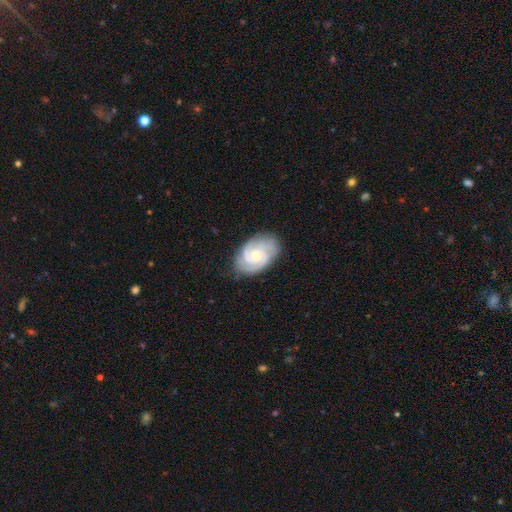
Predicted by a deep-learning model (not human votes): Q: Smooth or featured?
A: featured or disk (89%); runner-up: smooth (7%)
Q: Edge-on disk?
A: no (98%); runner-up: yes (2%)
Q: Bar?
A: no (66%); runner-up: weak (29%)
Q: Spiral arms?
A: yes (98%); runner-up: no (2%)
Q: Spiral winding?
A: tight (67%); runner-up: medium (29%)
Q: Spiral arm count?
A: 3 (46%); runner-up: 2 (31%)
Q: Bulge size?
A: small (59%); runner-up: moderate (37%)
Q: Merging?
A: none (80%); runner-up: minor disturbance (15%)